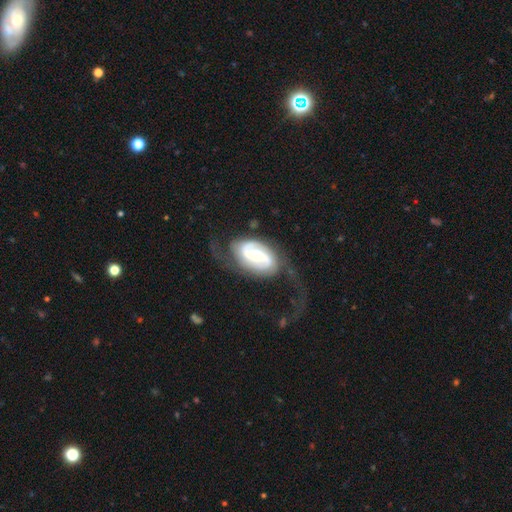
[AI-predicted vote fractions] A featured or disk galaxy (87%) with a weak bar (39%), 2 (89%) medium (41%) spiral arms (95%) and a moderate central bulge (62%).

Vote fractions:
- Smooth or featured? featured or disk: 87% / smooth: 9% / star or artifact: 4%
- Edge-on disk? no: 97% / yes: 3%
- Bar? weak: 39% / strong: 36% / no: 25%
- Spiral arms? yes: 95% / no: 5%
- Spiral winding? medium: 41% / loose: 33% / tight: 26%
- Spiral arm count? 2: 89% / can't tell: 5% / 1: 2% / 3: 2% / 4: 1% / more than 4: 1%
- Bulge size? moderate: 62% / small: 29% / large: 6% / none: 1% / dominant: 1%
- Merging? none: 53% / major disturbance: 25% / minor disturbance: 20% / merger: 2%